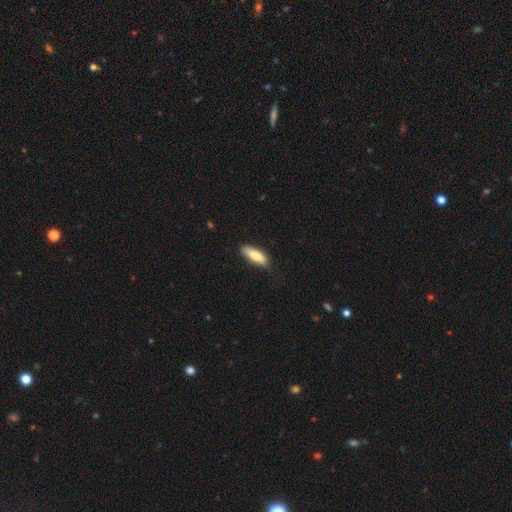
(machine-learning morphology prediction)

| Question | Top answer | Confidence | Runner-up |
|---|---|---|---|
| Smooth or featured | smooth | 83% | featured or disk (11%) |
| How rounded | in between | 56% | cigar-shaped (42%) |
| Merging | none | 82% | minor disturbance (15%) |